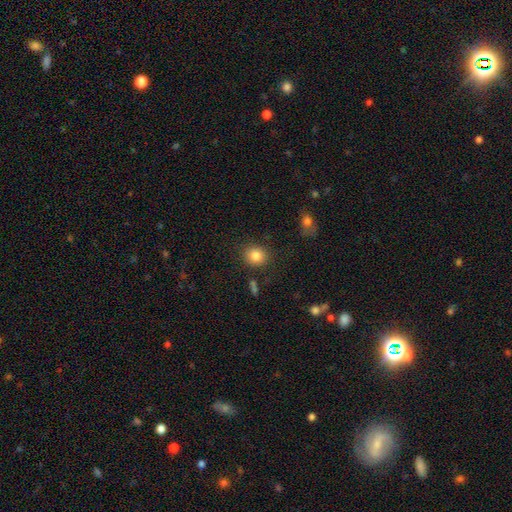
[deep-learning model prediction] This is clearly a smooth galaxy (84%). How rounded: clearly round (81%). Merging: clearly none (86%).